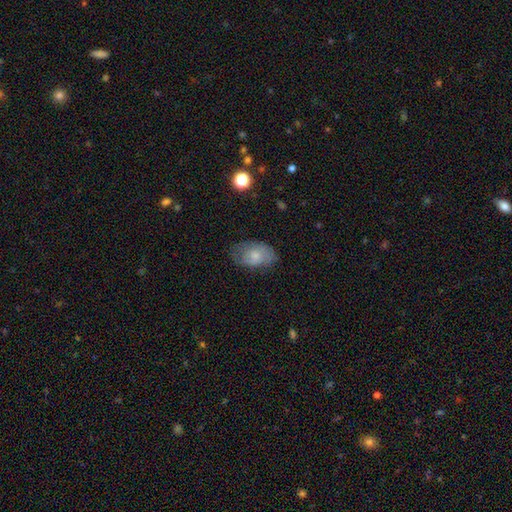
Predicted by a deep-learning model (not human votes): Smooth or featured? Predicted: smooth (p=0.56). How rounded? Predicted: in between (p=0.87). Merging? Predicted: none (p=0.62).